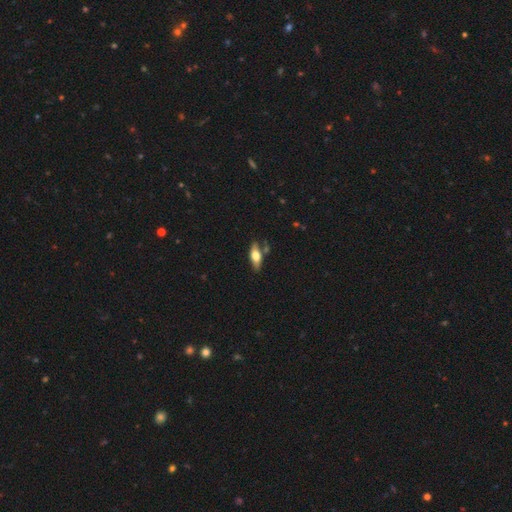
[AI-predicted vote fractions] Overall: smooth (53%; featured or disk 40%). How rounded: in between (68%; cigar-shaped 29%). Merging: none (73%).